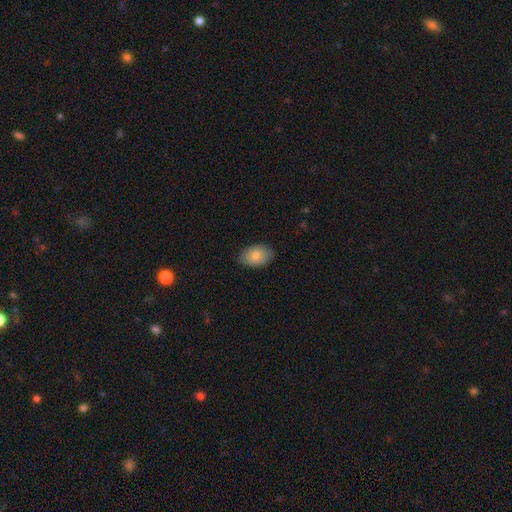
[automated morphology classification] This appears to be a smooth galaxy with no disk features (81%) that is in between round and cigar-shaped (89%). Merging: none (82%).